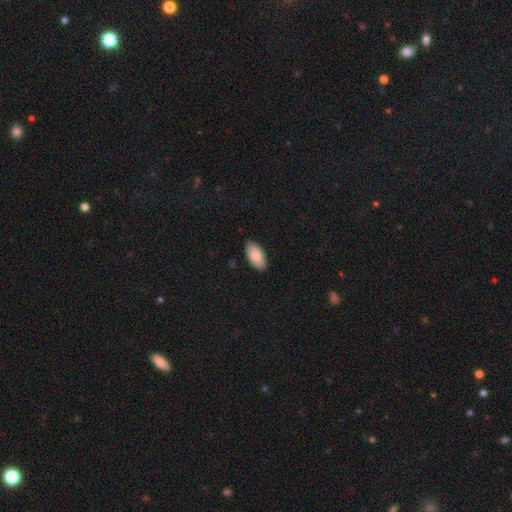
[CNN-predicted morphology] type=smooth (85%); roundness=in between (95%); merging=none (88%).